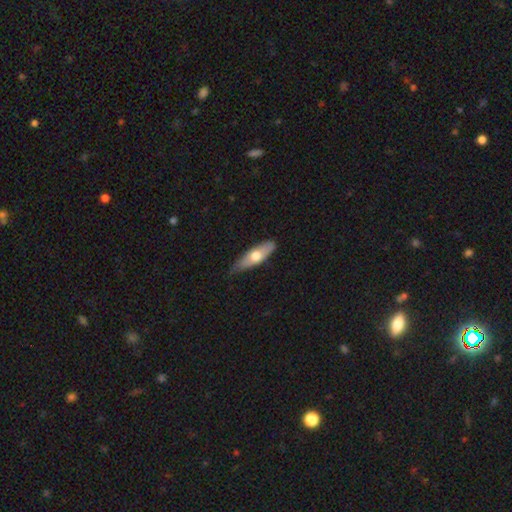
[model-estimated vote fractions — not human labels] A smooth galaxy with no disk features (57%) that is cigar-shaped (49%). Merging: none (67%).